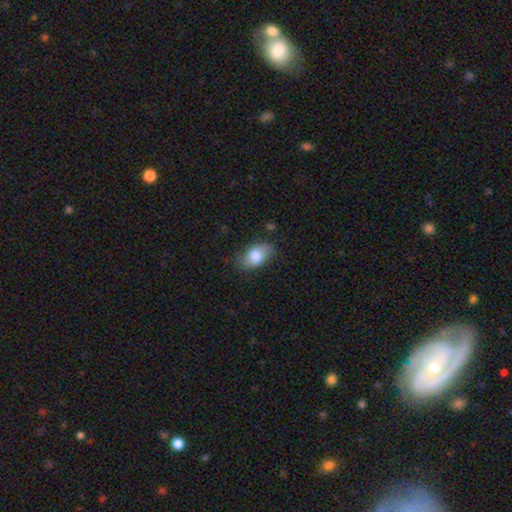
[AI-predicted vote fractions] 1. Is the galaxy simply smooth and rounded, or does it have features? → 81% smooth, 13% featured or disk, 7% star or artifact.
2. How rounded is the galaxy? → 92% in between, 6% round, 2% cigar-shaped.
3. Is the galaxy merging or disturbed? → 75% none, 19% minor disturbance, 5% major disturbance, 2% merger.